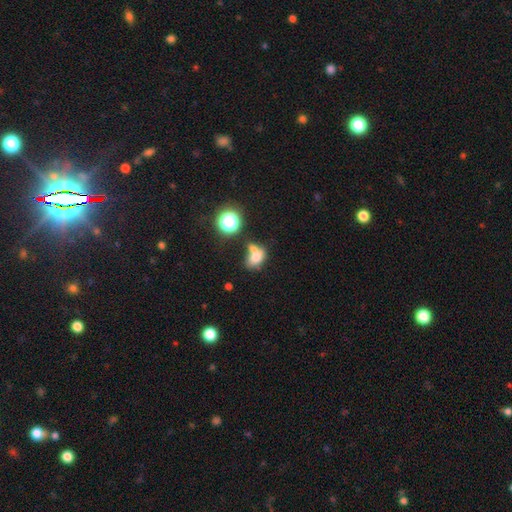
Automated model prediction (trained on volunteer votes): smooth-or-featured: smooth: 67% | featured or disk: 18% | star or artifact: 15%
  how-rounded: in between: 74% | round: 24% | cigar-shaped: 2%
  merging: merger: 47% | none: 29% | minor disturbance: 13% | major disturbance: 10%